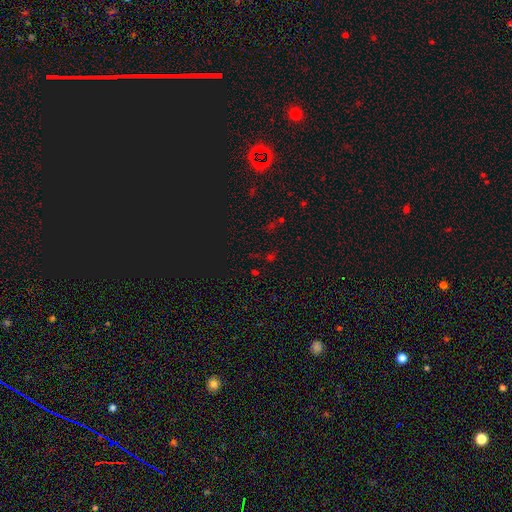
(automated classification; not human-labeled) smooth_or_featured: star or artifact (p=0.69) [alt: smooth p=0.23]